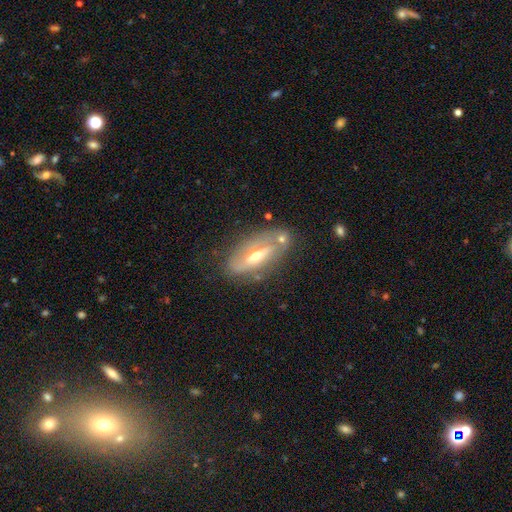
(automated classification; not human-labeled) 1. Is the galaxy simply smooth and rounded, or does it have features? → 67% featured or disk, 26% smooth, 7% star or artifact.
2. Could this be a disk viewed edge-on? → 61% no, 39% yes.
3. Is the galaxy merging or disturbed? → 69% none, 17% minor disturbance, 8% merger, 6% major disturbance.